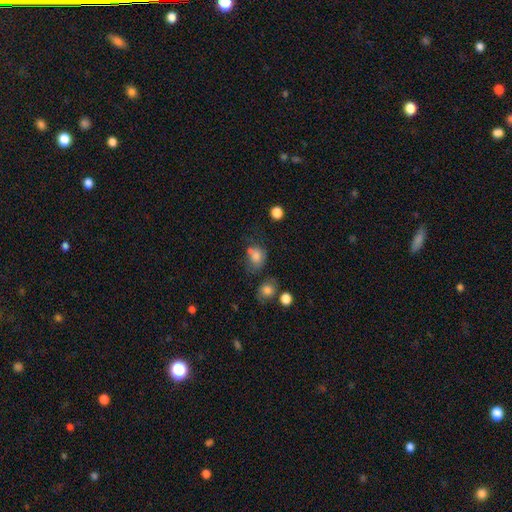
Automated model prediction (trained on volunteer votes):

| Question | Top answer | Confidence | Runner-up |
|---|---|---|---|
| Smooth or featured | smooth | 73% | star or artifact (14%) |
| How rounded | in between | 53% | round (45%) |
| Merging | none | 41% | minor disturbance (25%) |